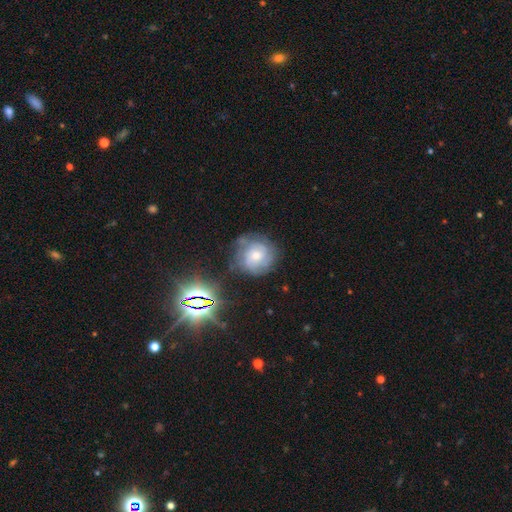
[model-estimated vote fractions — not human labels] A featured or disk galaxy (58%) with no bar (71%), spiral arms (86%) and a moderate central bulge (52%). Merging: none (71%).